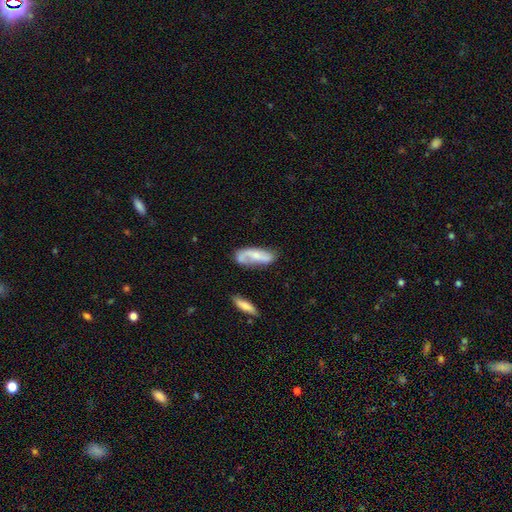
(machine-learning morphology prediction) type=featured or disk (51%); edge-on=no (86%); merging=none (47%).